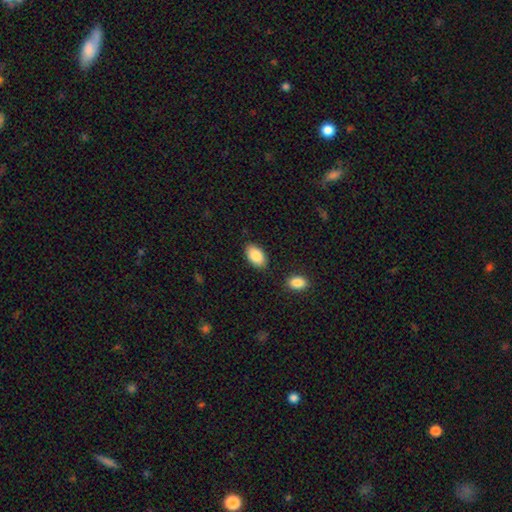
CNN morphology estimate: This is clearly a smooth galaxy (88%). How rounded: clearly in between (93%). Merging: clearly none (83%).